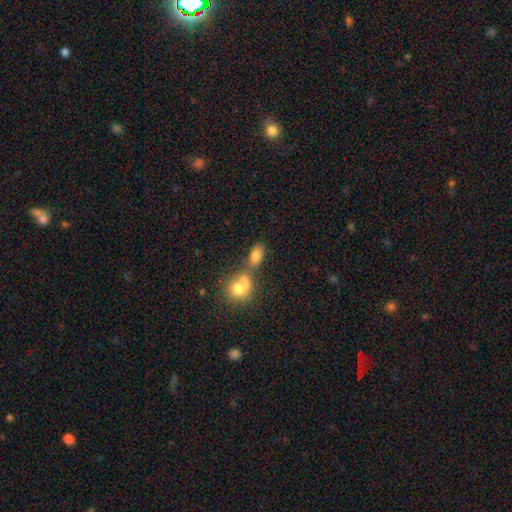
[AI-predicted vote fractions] A smooth galaxy with no disk features (78%) that is in between round and cigar-shaped (84%). Merging: none (44%).